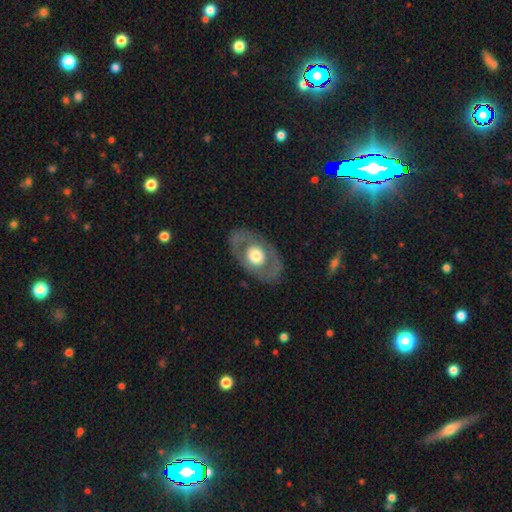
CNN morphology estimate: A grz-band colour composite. It shows a featured or disk galaxy (56%) with no bar (89%), no spiral arms (84%) and a large central bulge (49%). Merging: none (81%).